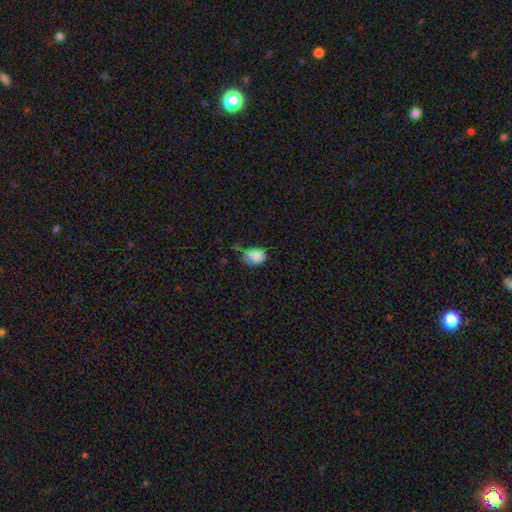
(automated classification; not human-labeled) smooth-or-featured: smooth: 86% | star or artifact: 8% | featured or disk: 6%
  how-rounded: in between: 61% | round: 38% | cigar-shaped: 1%
  merging: none: 52% | minor disturbance: 35% | major disturbance: 7% | merger: 5%